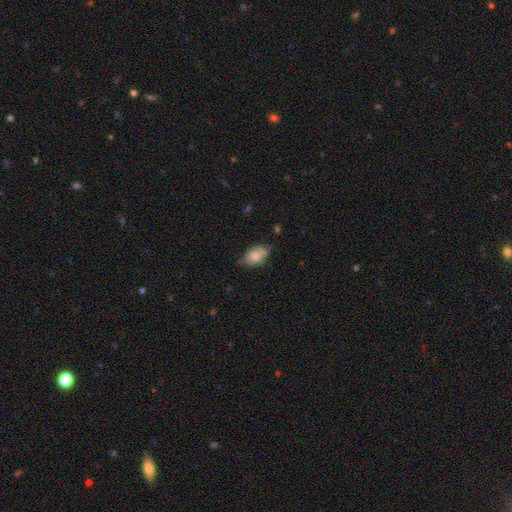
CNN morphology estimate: smooth 77%, featured or disk 16%, star or artifact 7%. Down the decision tree: how rounded — in between (90%); merging — none (60%).